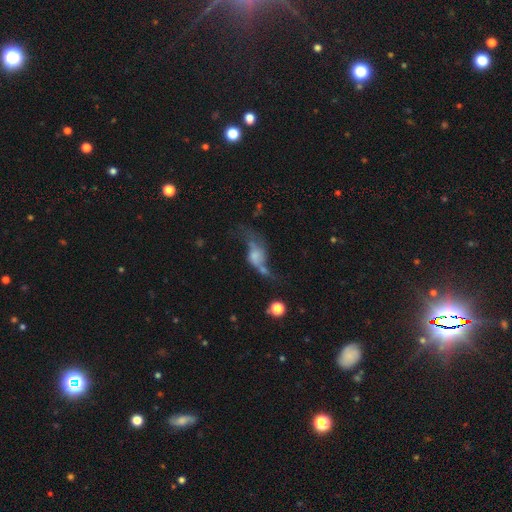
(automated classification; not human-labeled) This is possibly a featured or disk galaxy (58%). It is clearly not viewed edge-on (92%). Bar: likely no (76%). Spiral arm pattern: likely yes (64%). Central bulge: marginally none (36%). Merging: marginally major disturbance (35%).